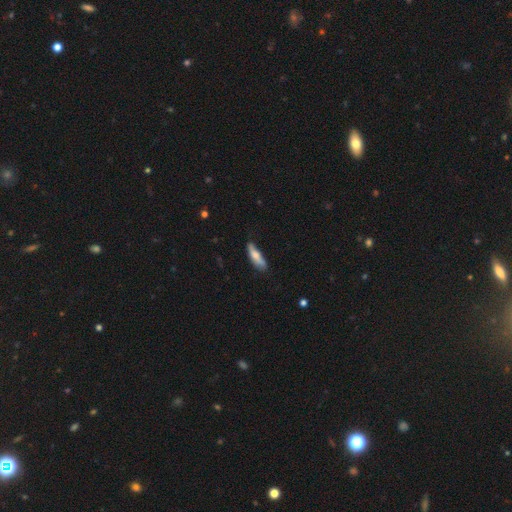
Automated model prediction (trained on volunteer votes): This is likely a smooth galaxy (71%). How rounded: likely cigar-shaped (62%). Merging: likely none (64%).